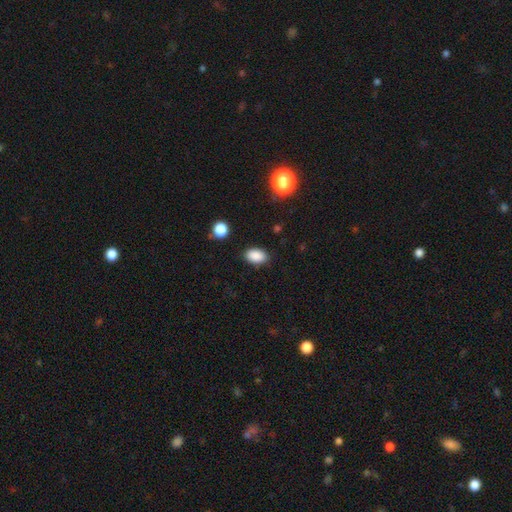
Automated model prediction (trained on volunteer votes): Morphology: type=smooth (88%); roundness=in between (88%); merging=none (86%).